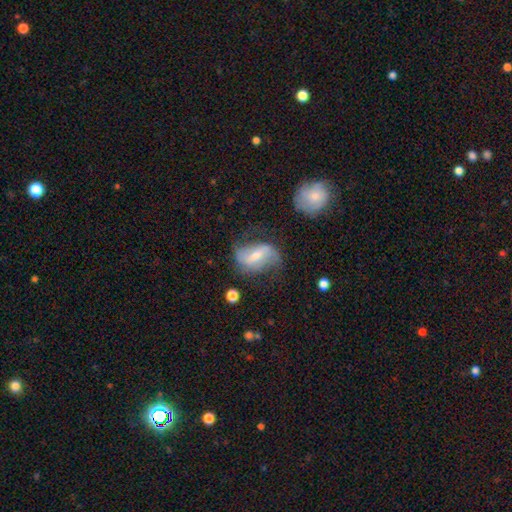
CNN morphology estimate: This is likely a featured or disk galaxy (70%). It is clearly not viewed edge-on (95%). Bar: marginally strong (41%, tied with weak). Spiral arm pattern: clearly yes (86%). Spiral arm count: clearly 2 (86%). Spiral winding: likely loose (66%). Central bulge: possibly moderate (47%). Merging: possibly none (56%).